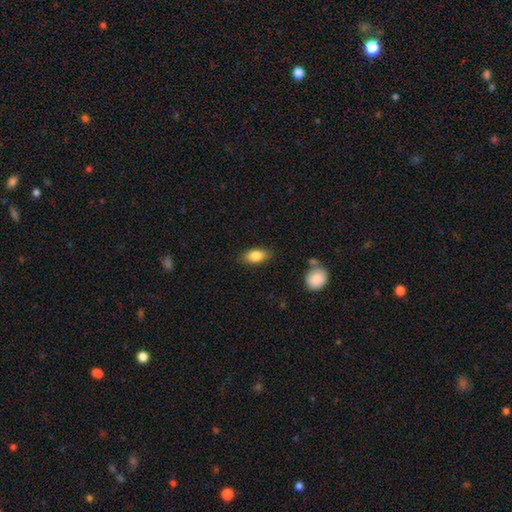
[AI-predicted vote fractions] smooth 82%, featured or disk 11%, star or artifact 7%. Down the decision tree: how rounded — in between (85%); merging — none (83%).